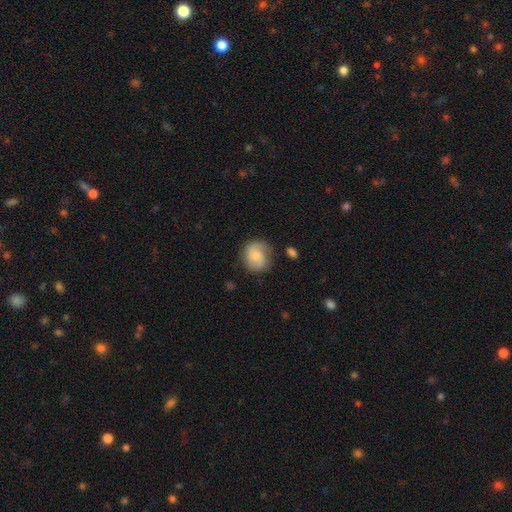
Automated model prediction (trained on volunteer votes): Morphology: type=smooth (52%); roundness=round (76%); merging=none (68%).